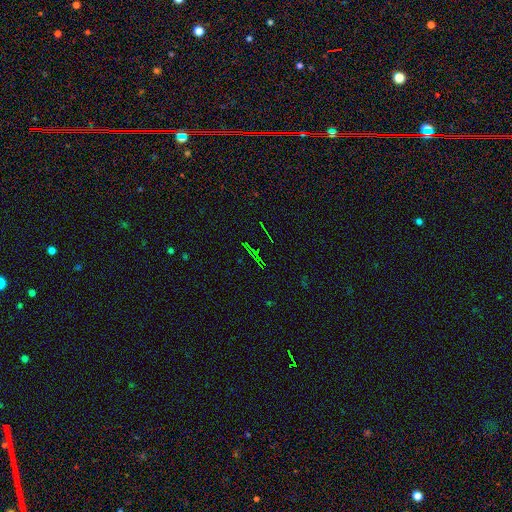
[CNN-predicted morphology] Smooth or featured?
  - star or artifact: 76% *
  - featured or disk: 12%
  - smooth: 12%